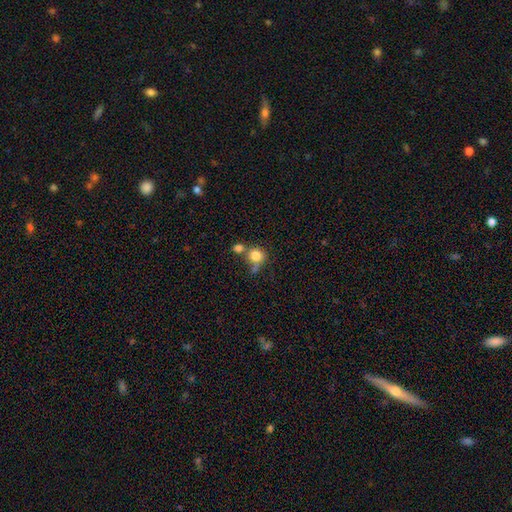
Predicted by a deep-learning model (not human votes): Overall: smooth (81%). How rounded: round (86%). Merging: none (47%; merger 33%).